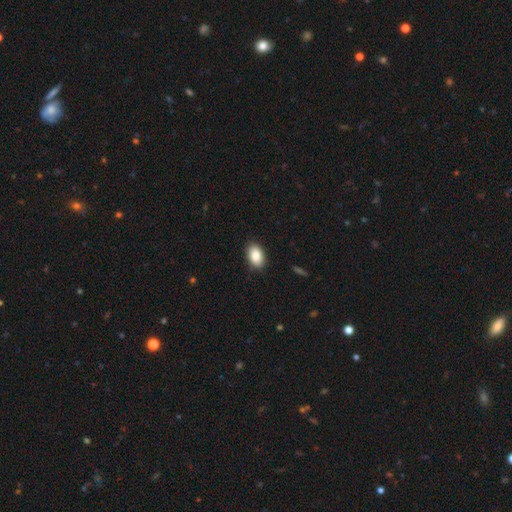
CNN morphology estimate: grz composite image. It shows a smooth galaxy with no disk features (87%) that is in between round and cigar-shaped (90%). Merging: none (88%).